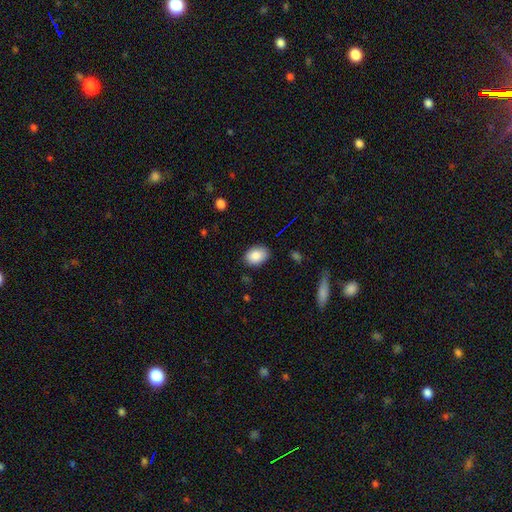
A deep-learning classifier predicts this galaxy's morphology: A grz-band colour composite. It shows a smooth galaxy with no disk features (87%) that is in between round and cigar-shaped (81%). Merging: none (83%).